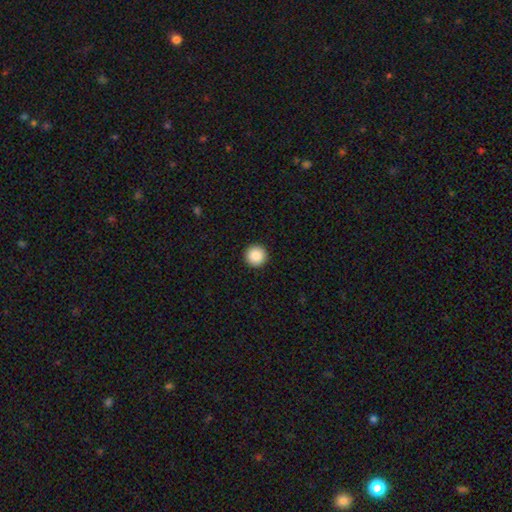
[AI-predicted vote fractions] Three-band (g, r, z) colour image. It shows a smooth galaxy with no disk features (88%) that is round (96%). Merging: none (94%).